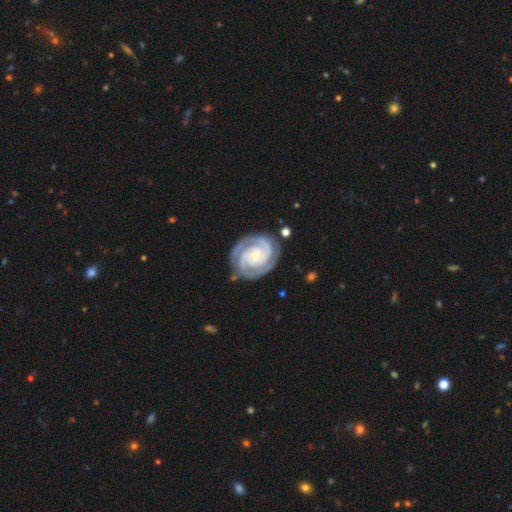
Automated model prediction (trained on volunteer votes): Smooth or featured? Predicted: featured or disk (p=0.93). Edge-on disk? Predicted: no (p=0.98). Bar? Predicted: no (p=0.58). Spiral arms? Predicted: yes (p=0.99). Spiral winding? Predicted: tight (p=0.75). Spiral arm count? Predicted: 2 (p=0.70). Bulge size? Predicted: small (p=0.71). Merging? Predicted: none (p=0.80).